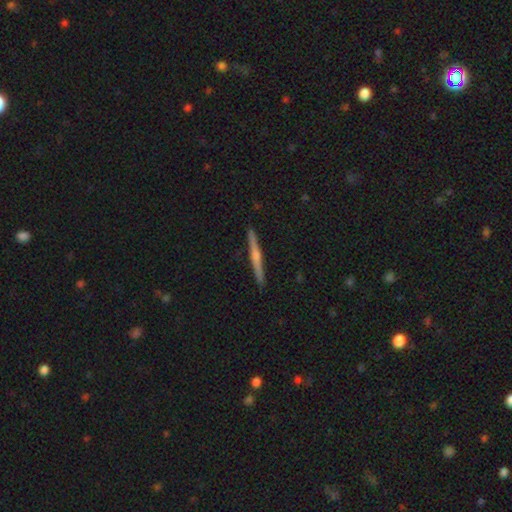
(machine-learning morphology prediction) Smooth or featured?
  - featured or disk: 66% *
  - smooth: 28%
  - star or artifact: 6%
Edge-on disk?
  - yes: 98% *
  - no: 2%
Edge-on bulge?
  - rounded: 74% *
  - none: 17%
  - boxy: 9%
Merging?
  - none: 92% *
  - minor disturbance: 6%
  - major disturbance: 1%
  - merger: 1%